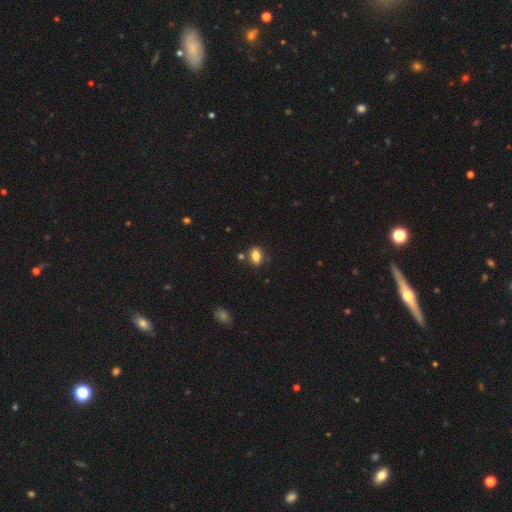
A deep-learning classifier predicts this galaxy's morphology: The model was most divided on "merging": none: 79%, minor disturbance: 12%, merger: 7%, major disturbance: 3%. More confident: smooth or featured — smooth (84%); how rounded — in between (83%).